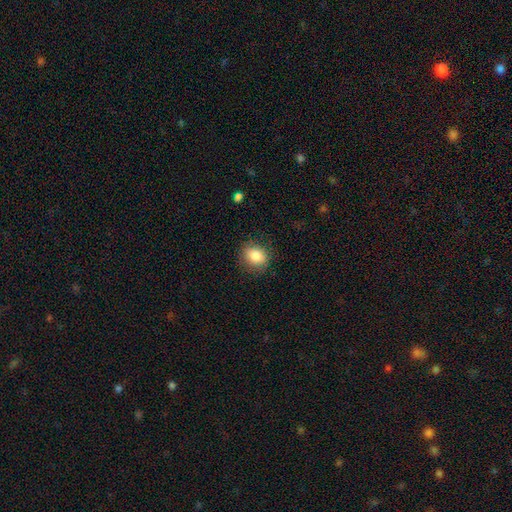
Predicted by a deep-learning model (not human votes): Overall: smooth (85%). How rounded: round (62%; in between 37%). Merging: none (83%).